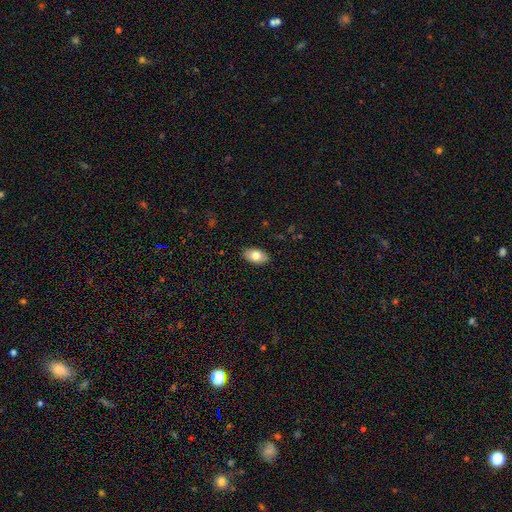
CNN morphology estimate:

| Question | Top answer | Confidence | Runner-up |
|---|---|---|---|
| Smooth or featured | smooth | 80% | featured or disk (14%) |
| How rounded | in between | 93% | round (5%) |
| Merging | none | 89% | minor disturbance (9%) |